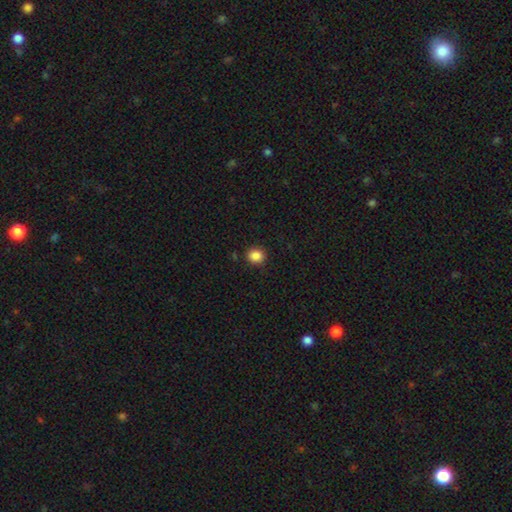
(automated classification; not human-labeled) Smooth or featured?
  - smooth: 87% *
  - star or artifact: 10%
  - featured or disk: 3%
How rounded?
  - round: 82% *
  - in between: 17%
  - cigar-shaped: 1%
Merging?
  - none: 89% *
  - minor disturbance: 7%
  - major disturbance: 2%
  - merger: 1%